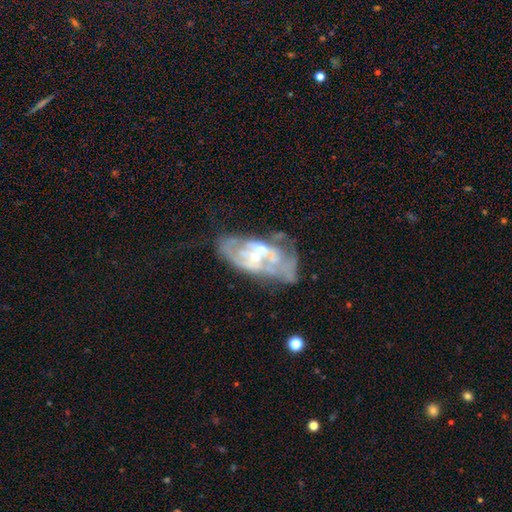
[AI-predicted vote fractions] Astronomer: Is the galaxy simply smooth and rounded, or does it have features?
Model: featured or disk — 75%.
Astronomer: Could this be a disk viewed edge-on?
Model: no — 95%.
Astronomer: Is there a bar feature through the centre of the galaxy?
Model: no — 69%.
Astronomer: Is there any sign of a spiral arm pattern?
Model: no — 56% (runner-up: yes, 44%).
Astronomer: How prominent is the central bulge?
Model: small — 47% (runner-up: moderate, 36%).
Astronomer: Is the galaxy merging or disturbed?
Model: none — 29%, tied with merger at 29%.